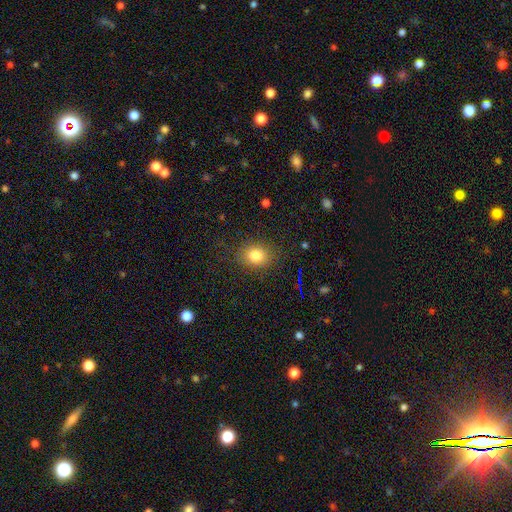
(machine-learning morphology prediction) smooth 82%, star or artifact 11%, featured or disk 7%. Down the decision tree: how rounded — in between (54%); merging — none (83%).